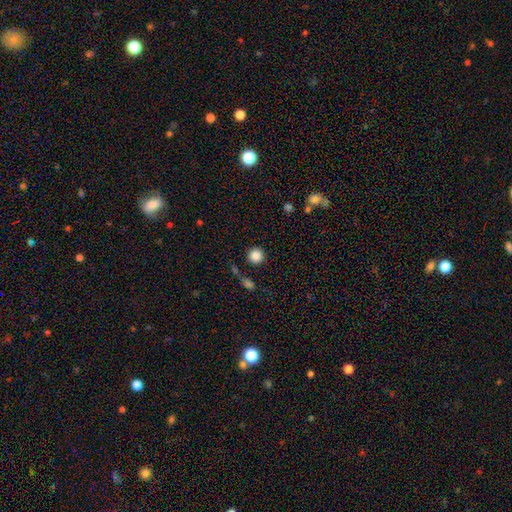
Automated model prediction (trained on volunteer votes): A smooth galaxy with no disk features (86%) that is round (94%). Merging: none (86%).